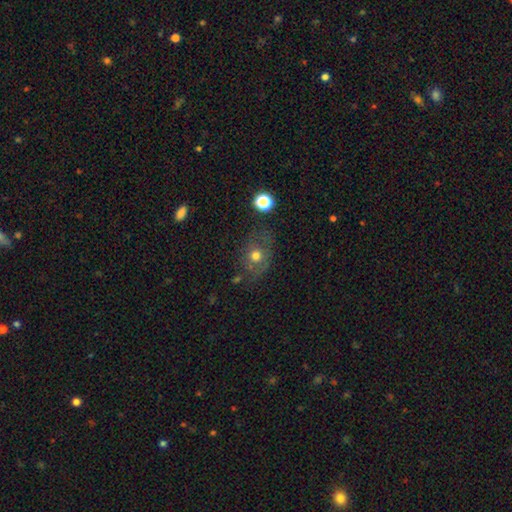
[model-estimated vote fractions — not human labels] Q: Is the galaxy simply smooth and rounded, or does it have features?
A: smooth — 62%.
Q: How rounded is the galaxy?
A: round — 65%.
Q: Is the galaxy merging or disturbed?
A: none — 63%.